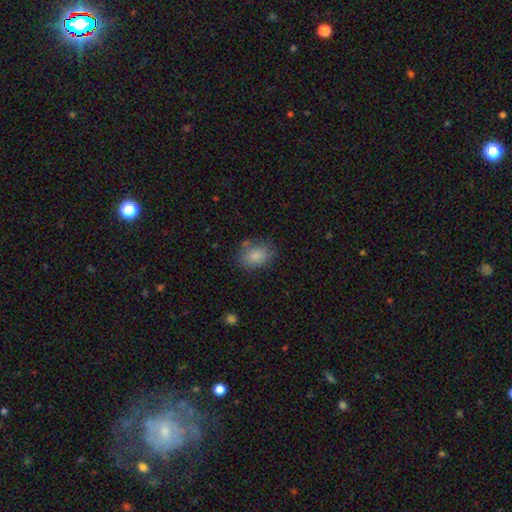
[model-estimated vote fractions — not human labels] Smooth or featured? smooth (85%)
How rounded? in between (71%)
Merging? none (71%)